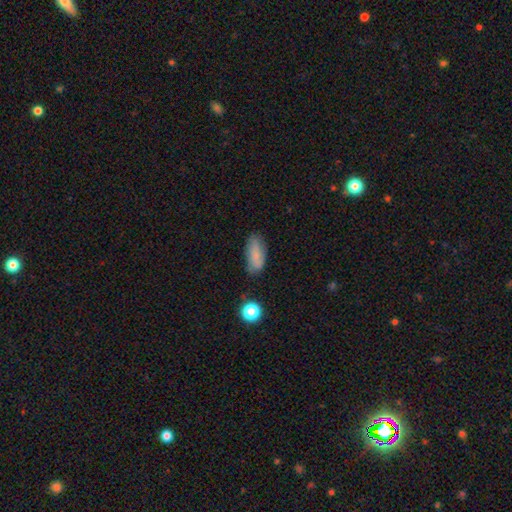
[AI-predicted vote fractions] Smooth or featured? Predicted: smooth (p=0.74). How rounded? Predicted: in between (p=0.85). Merging? Predicted: none (p=0.74).